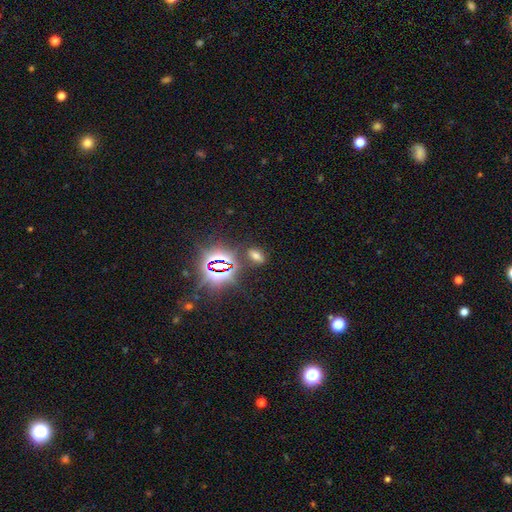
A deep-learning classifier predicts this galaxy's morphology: The model was most divided on "smooth or featured": smooth: 50%, star or artifact: 42%, featured or disk: 9%. More confident: merging — none (81%).